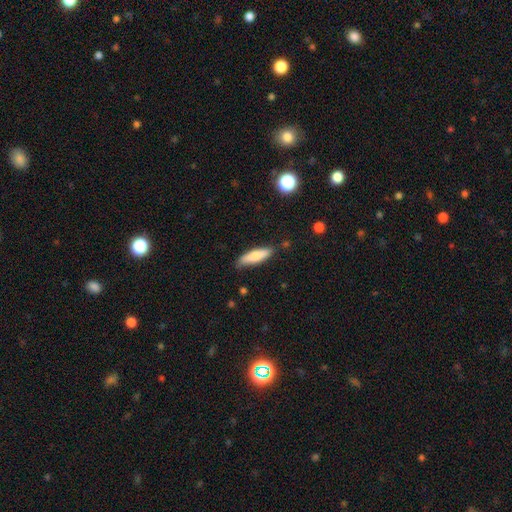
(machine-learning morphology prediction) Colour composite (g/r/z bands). It shows a smooth galaxy with no disk features (76%) that is cigar-shaped (62%). Merging: none (79%).